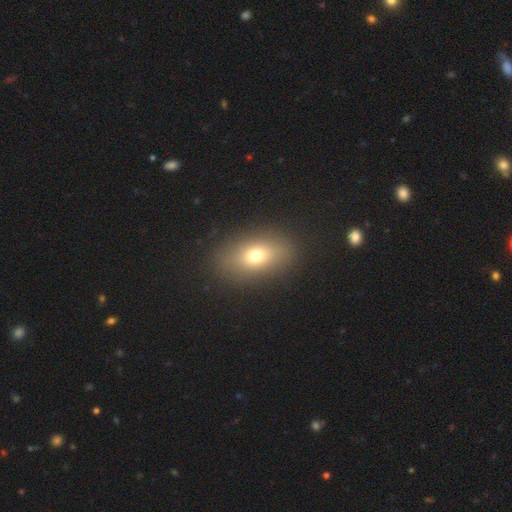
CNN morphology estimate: A smooth galaxy with no disk features (71%) that is in between round and cigar-shaped (80%).

Vote fractions:
- Smooth or featured? smooth: 71% / featured or disk: 17% / star or artifact: 12%
- How rounded? in between: 80% / round: 14% / cigar-shaped: 5%
- Merging? none: 86% / minor disturbance: 9% / major disturbance: 4% / merger: 1%